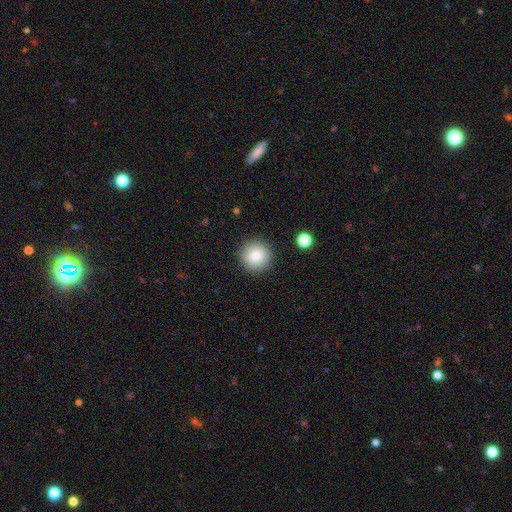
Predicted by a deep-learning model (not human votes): The model was most divided on "smooth or featured": smooth: 83%, star or artifact: 9%, featured or disk: 7%. More confident: how rounded — round (95%); merging — none (90%).